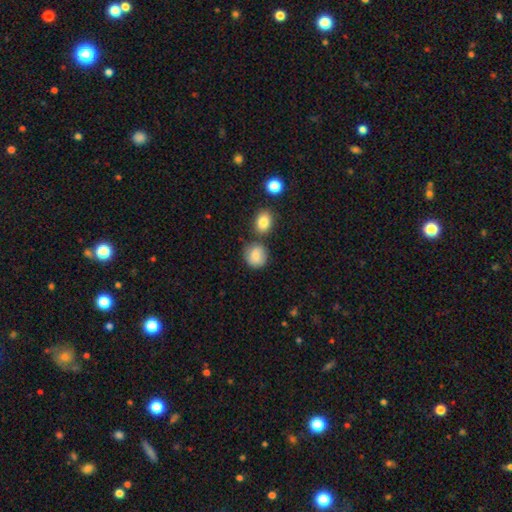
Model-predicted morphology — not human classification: A smooth galaxy with no disk features (83%) that is round (82%).

Vote fractions:
- Smooth or featured? smooth: 83% / featured or disk: 9% / star or artifact: 8%
- How rounded? round: 82% / in between: 17% / cigar-shaped: 1%
- Merging? none: 67% / minor disturbance: 16% / merger: 13% / major disturbance: 4%